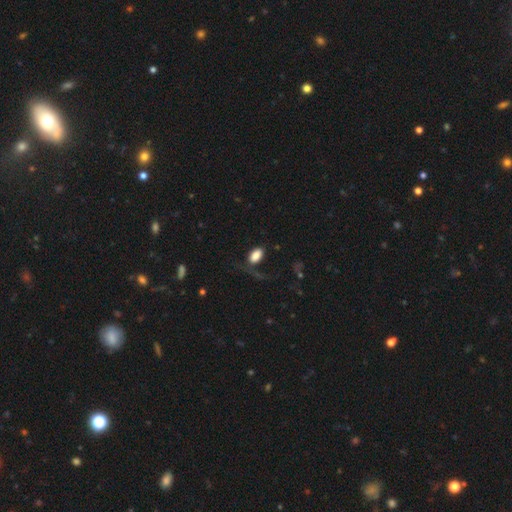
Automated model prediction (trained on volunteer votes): Overall: smooth (86%). How rounded: in between (93%). Merging: none (58%; major disturbance 21%).